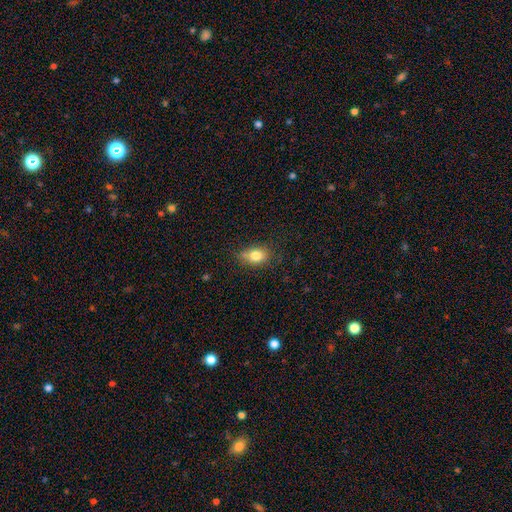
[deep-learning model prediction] smooth-or-featured: smooth: 81% | star or artifact: 10% | featured or disk: 9%
  how-rounded: in between: 64% | round: 34% | cigar-shaped: 2%
  merging: none: 66% | minor disturbance: 23% | merger: 6% | major disturbance: 5%